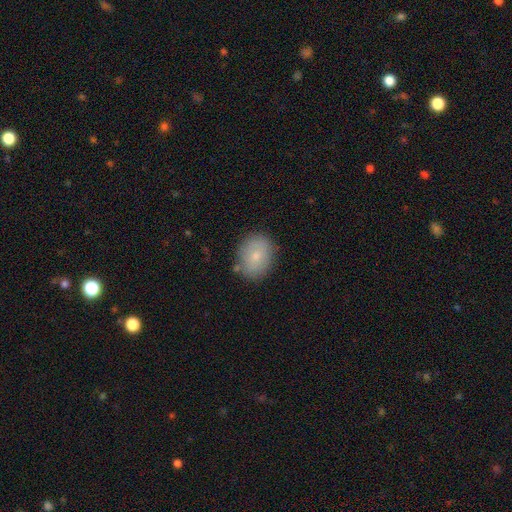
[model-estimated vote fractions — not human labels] Smooth or featured?
  - smooth: 76% *
  - featured or disk: 15%
  - star or artifact: 8%
How rounded?
  - in between: 50% *
  - round: 49%
  - cigar-shaped: 1%
Merging?
  - none: 81% *
  - minor disturbance: 13%
  - major disturbance: 3%
  - merger: 3%